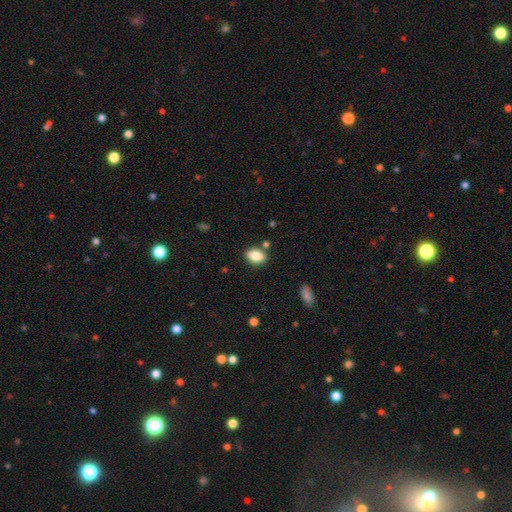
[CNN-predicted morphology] smooth 83%, featured or disk 9%, star or artifact 8%. Down the decision tree: how rounded — in between (83%); merging — none (82%).